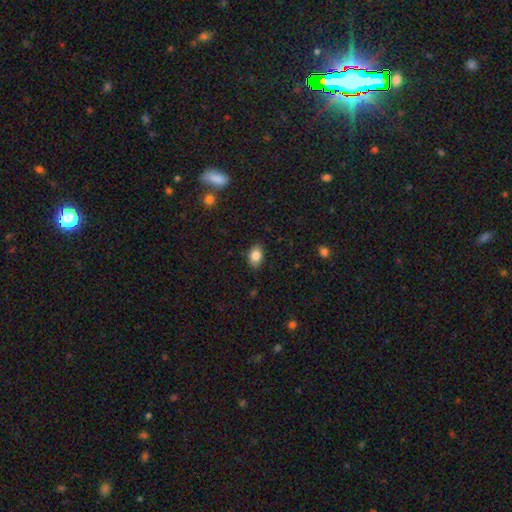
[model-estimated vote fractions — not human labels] smooth 84%, star or artifact 8%, featured or disk 8%. Down the decision tree: how rounded — in between (82%); merging — none (86%).